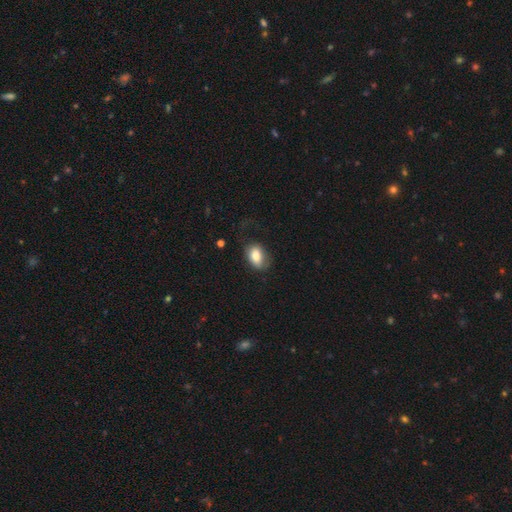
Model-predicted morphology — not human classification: This appears to be a smooth galaxy with no disk features (83%) that is in between round and cigar-shaped (85%). Merging: none (55%).